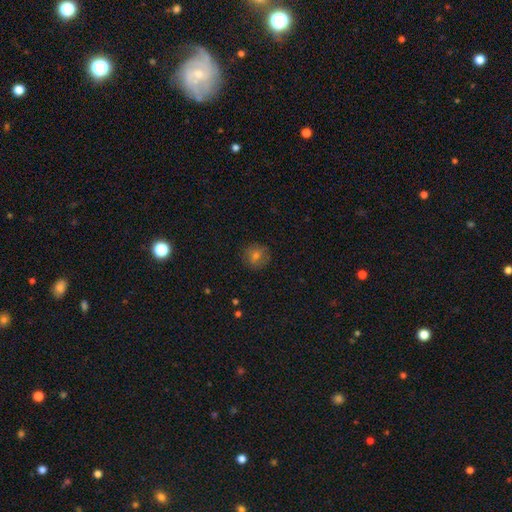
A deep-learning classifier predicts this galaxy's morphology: This is possibly a smooth galaxy (59%). How rounded: clearly round (89%). Merging: clearly none (84%).